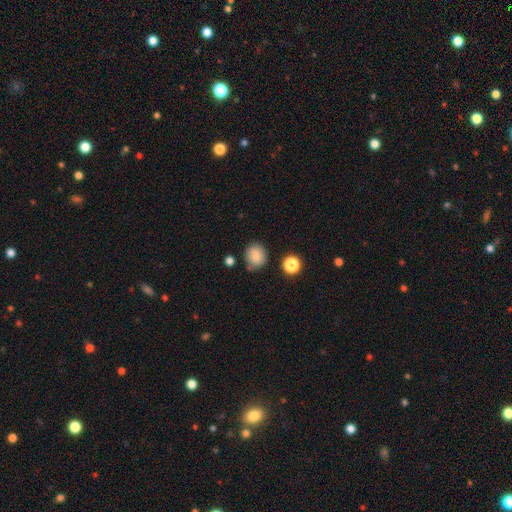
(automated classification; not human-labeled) This is clearly a smooth galaxy (82%). How rounded: likely round (70%). Merging: likely none (77%).